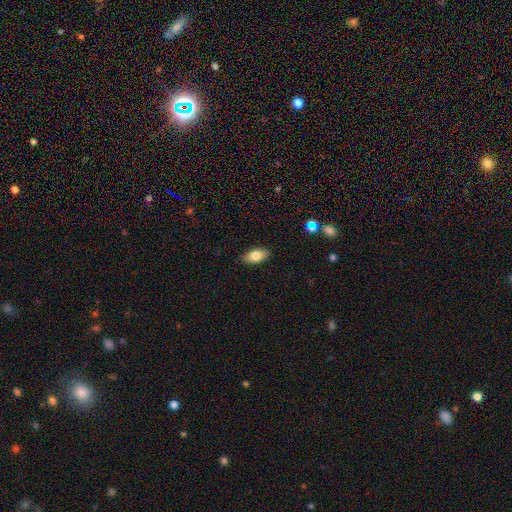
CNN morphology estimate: smooth_or_featured: smooth (p=0.80) [alt: featured or disk p=0.13]
how_rounded: in between (p=0.89) [alt: cigar-shaped p=0.07]
merging: none (p=0.87) [alt: minor disturbance p=0.09]